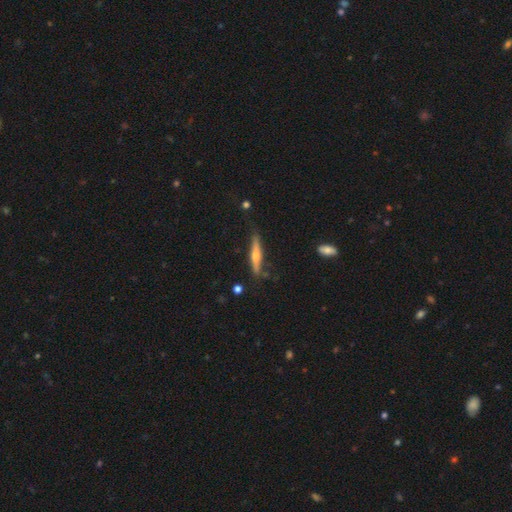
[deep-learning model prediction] Morphology: type=featured or disk (62%); edge-on=yes (95%); edge-on bulge=rounded (90%); merging=none (77%).